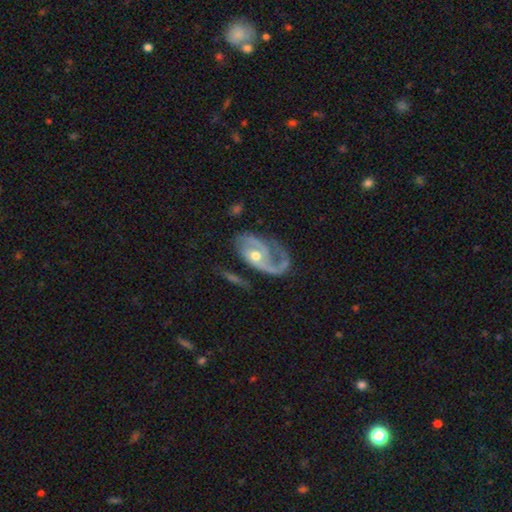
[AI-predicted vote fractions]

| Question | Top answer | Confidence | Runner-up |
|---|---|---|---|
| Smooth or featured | featured or disk | 82% | smooth (13%) |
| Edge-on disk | no | 96% | yes (4%) |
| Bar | no | 68% | weak (25%) |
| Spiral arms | yes | 88% | no (12%) |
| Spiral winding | medium | 41% | loose (33%) |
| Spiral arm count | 2 | 46% | 1 (39%) |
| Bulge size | moderate | 72% | small (21%) |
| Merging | major disturbance | 38% | none (35%) |